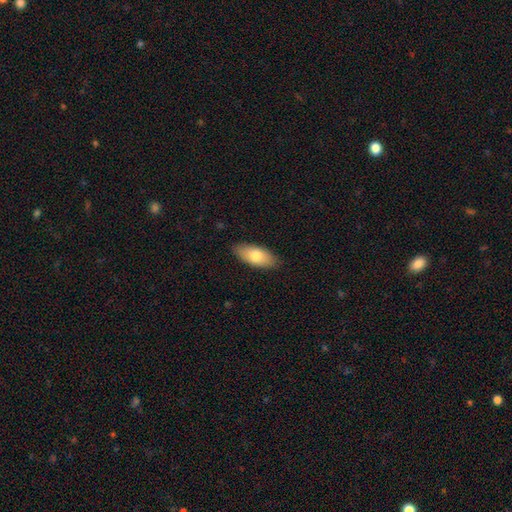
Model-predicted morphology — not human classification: smooth 76%, featured or disk 18%, star or artifact 6%. Down the decision tree: how rounded — in between (87%); merging — none (87%).